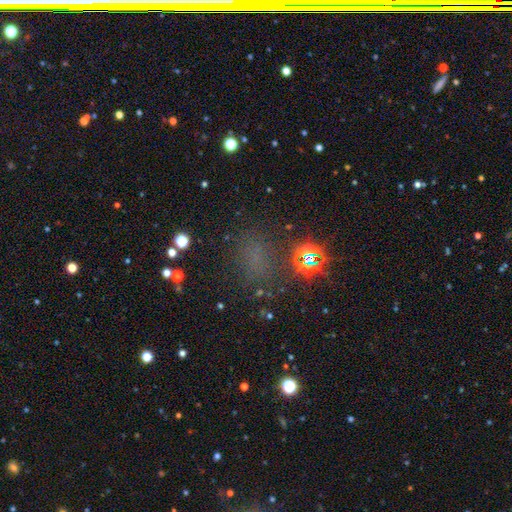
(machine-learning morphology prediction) This is possibly a smooth galaxy (48%). Merging: likely none (70%).